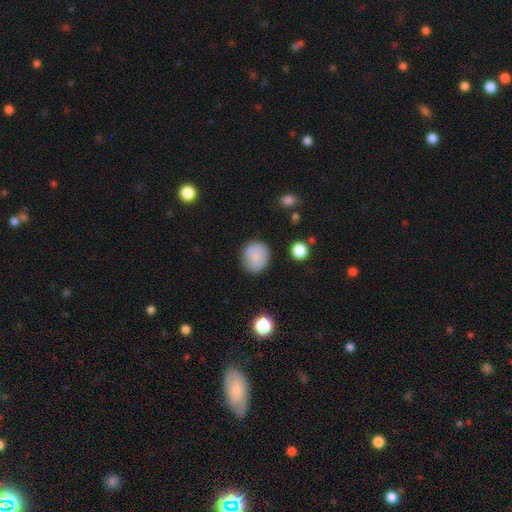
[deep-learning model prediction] smooth 80%, featured or disk 12%, star or artifact 9%. Down the decision tree: how rounded — round (77%); merging — none (81%).